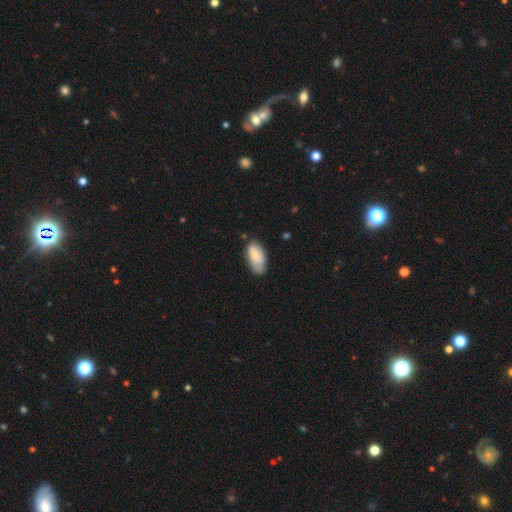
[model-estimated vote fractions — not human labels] smooth-or-featured: smooth: 75% | featured or disk: 18% | star or artifact: 6%
  how-rounded: in between: 92% | cigar-shaped: 5% | round: 2%
  merging: none: 64% | minor disturbance: 29% | major disturbance: 5% | merger: 2%